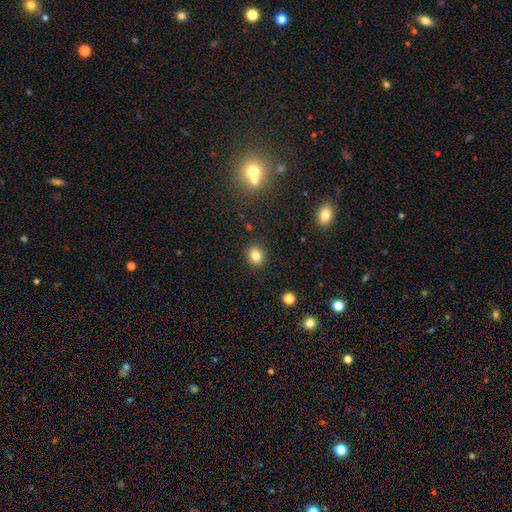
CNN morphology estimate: Overall: smooth (82%). How rounded: round (72%). Merging: none (90%).